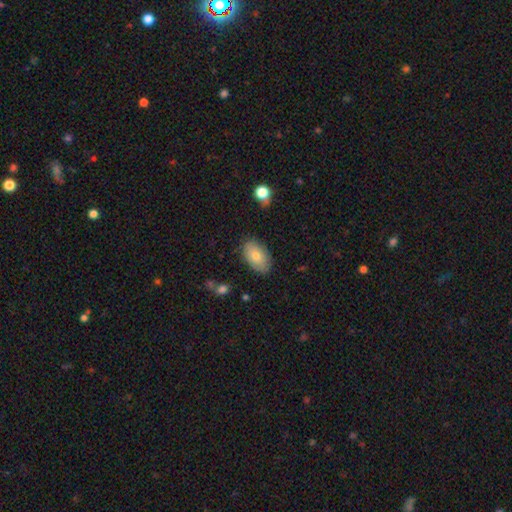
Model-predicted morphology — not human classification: Smooth or featured: smooth — 75% (featured or disk — 18%)
How rounded: in between — 93% (round — 5%)
Merging: none — 84% (minor disturbance — 13%)